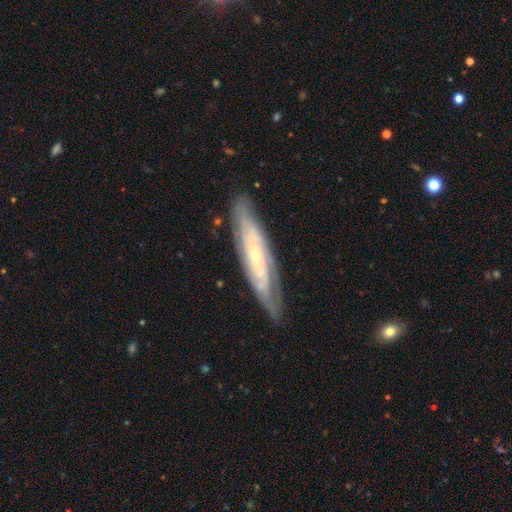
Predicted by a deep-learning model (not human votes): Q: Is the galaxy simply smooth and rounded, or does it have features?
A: featured or disk — 75%.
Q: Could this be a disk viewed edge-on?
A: no — 62%.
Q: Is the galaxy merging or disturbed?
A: none — 79%.